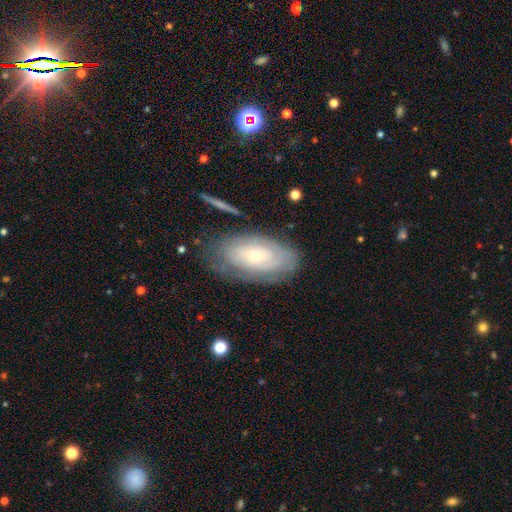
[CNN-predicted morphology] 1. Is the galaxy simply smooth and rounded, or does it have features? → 61% featured or disk, 32% smooth, 7% star or artifact.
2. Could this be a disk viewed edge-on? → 91% no, 9% yes.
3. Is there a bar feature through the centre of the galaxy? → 81% no, 16% weak, 4% strong.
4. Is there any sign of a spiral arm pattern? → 69% yes, 31% no.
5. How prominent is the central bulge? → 72% small, 24% moderate, 2% large, 1% none, 1% dominant.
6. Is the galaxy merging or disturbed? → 72% none, 19% minor disturbance, 7% major disturbance, 2% merger.